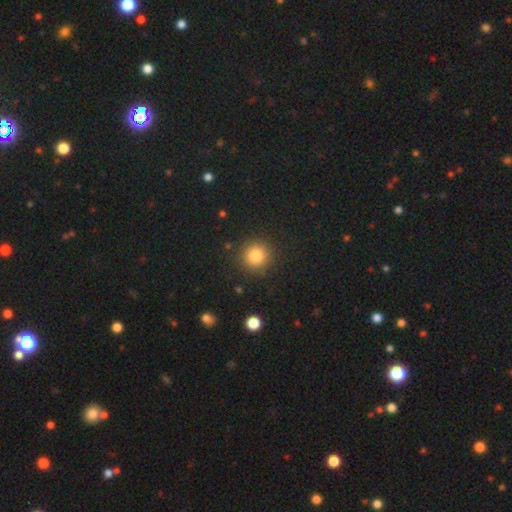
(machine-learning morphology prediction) Overall: smooth (82%). How rounded: round (93%). Merging: none (90%).